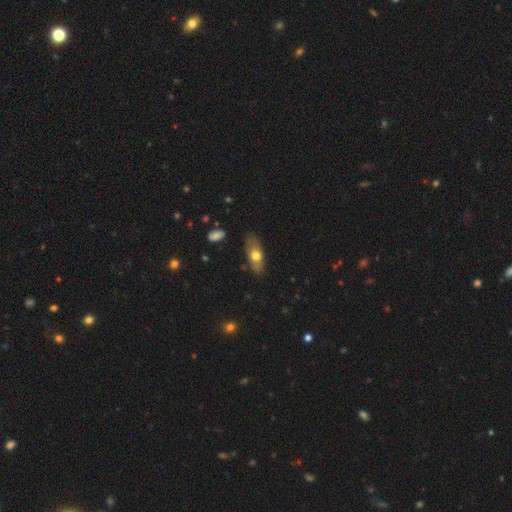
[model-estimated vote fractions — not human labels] Smooth or featured? smooth (63%)
How rounded? in between (73%)
Merging? none (77%)